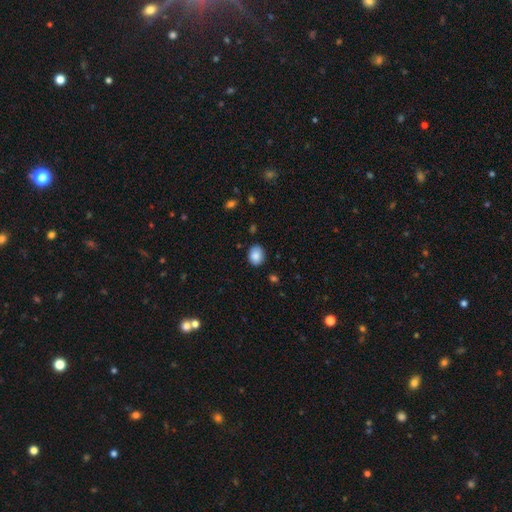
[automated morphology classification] smooth_or_featured: smooth (p=0.87) [alt: star or artifact p=0.08]
how_rounded: in between (p=0.57) [alt: round p=0.42]
merging: none (p=0.85) [alt: minor disturbance p=0.11]